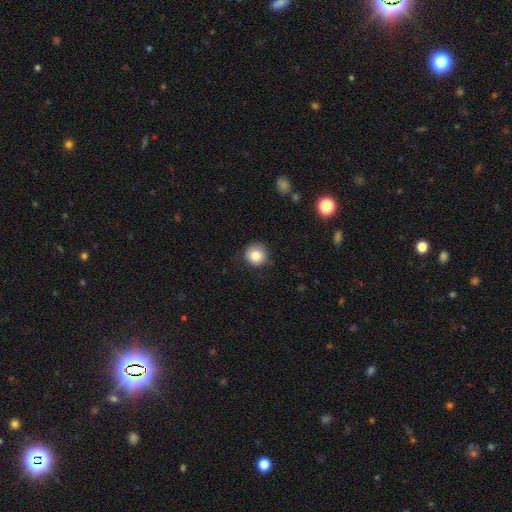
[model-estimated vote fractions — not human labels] A smooth galaxy with no disk features (81%) that is round (94%).

Vote fractions:
- Smooth or featured? smooth: 81% / star or artifact: 10% / featured or disk: 9%
- How rounded? round: 94% / in between: 5% / cigar-shaped: 1%
- Merging? none: 84% / minor disturbance: 12% / major disturbance: 3% / merger: 1%